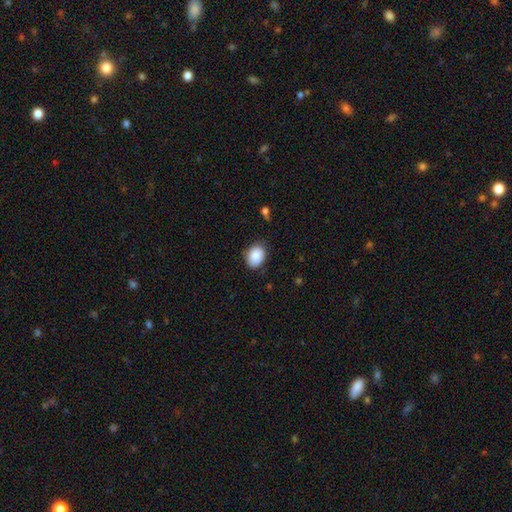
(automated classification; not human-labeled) smooth_or_featured: smooth (p=0.88) [alt: star or artifact p=0.07]
how_rounded: in between (p=0.65) [alt: round p=0.34]
merging: none (p=0.79) [alt: minor disturbance p=0.16]